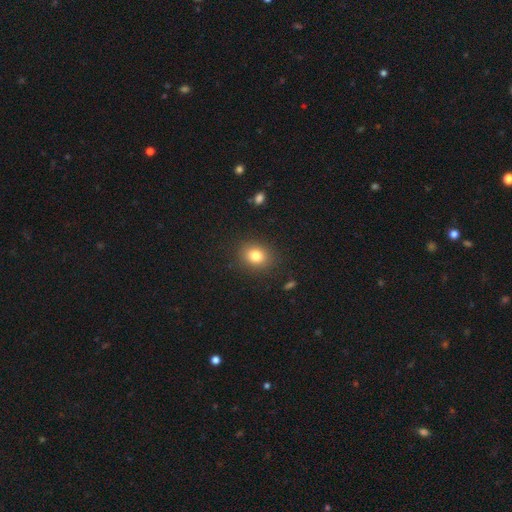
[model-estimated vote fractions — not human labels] Smooth or featured? smooth (81%)
How rounded? round (59%)
Merging? none (88%)